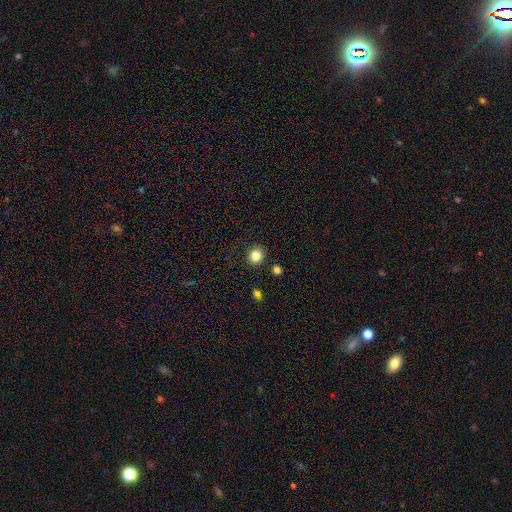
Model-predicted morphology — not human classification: Q: Smooth or featured?
A: smooth (84%); runner-up: star or artifact (11%)
Q: How rounded?
A: round (88%); runner-up: in between (11%)
Q: Merging?
A: none (89%); runner-up: minor disturbance (6%)